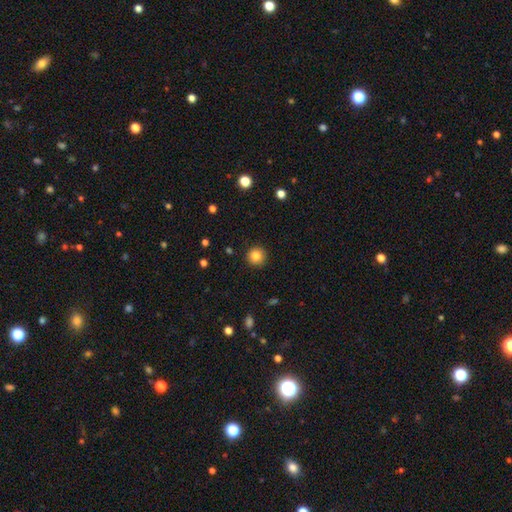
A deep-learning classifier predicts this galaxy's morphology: Smooth or featured? Predicted: smooth (p=0.83). How rounded? Predicted: round (p=0.95). Merging? Predicted: none (p=0.91).